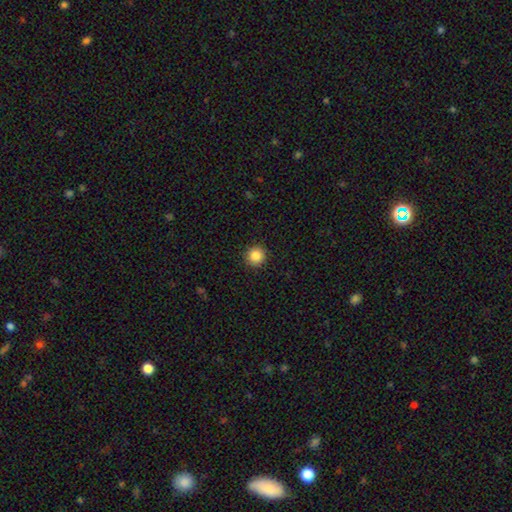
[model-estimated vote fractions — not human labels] Smooth or featured?
  - smooth: 85% *
  - star or artifact: 10%
  - featured or disk: 4%
How rounded?
  - round: 94% *
  - in between: 5%
  - cigar-shaped: 1%
Merging?
  - none: 92% *
  - minor disturbance: 5%
  - major disturbance: 2%
  - merger: 1%